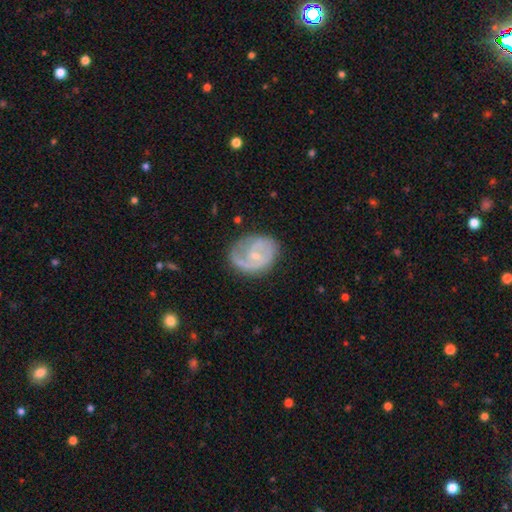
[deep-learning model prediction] smooth_or_featured: featured or disk (p=0.77) [alt: smooth p=0.18]
disk_edge_on: no (p=0.98) [alt: yes p=0.02]
bar: no (p=0.53) [alt: weak p=0.40]
has_spiral_arms: yes (p=0.89) [alt: no p=0.11]
spiral_winding: medium (p=0.43) [alt: tight p=0.35]
spiral_arm_count: 2 (p=0.59) [alt: 1 p=0.22]
bulge_size: small (p=0.67) [alt: moderate p=0.28]
merging: none (p=0.64) [alt: minor disturbance p=0.23]